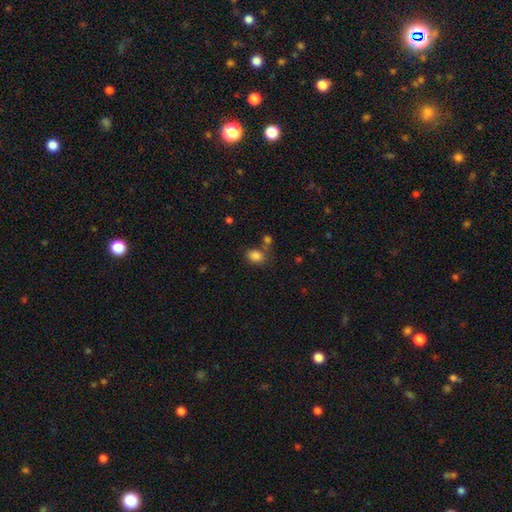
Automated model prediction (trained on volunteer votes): Smooth or featured: smooth — 84% (star or artifact — 11%)
How rounded: in between — 66% (round — 33%)
Merging: none — 62% (merger — 18%)